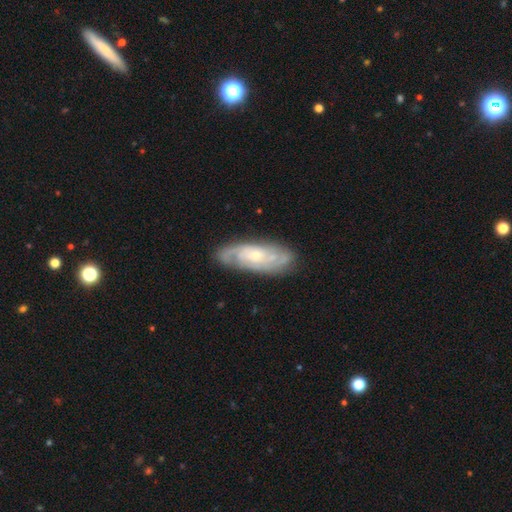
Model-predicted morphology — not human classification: smooth-or-featured: featured or disk: 80% | smooth: 14% | star or artifact: 5%
  disk-edge-on: no: 91% | yes: 9%
    bar: no: 71% | weak: 25% | strong: 5%
    has-spiral-arms: yes: 93% | no: 7%
      spiral-winding: tight: 57% | medium: 34% | loose: 9%
      spiral-arm-count: 2: 39% | can't tell: 32% | 3: 16% | 4: 5% | 1: 4% | more than 4: 3%
    bulge-size: small: 65% | moderate: 32% | none: 2% | large: 1% | dominant: 1%
  merging: none: 78% | minor disturbance: 16% | major disturbance: 4% | merger: 1%